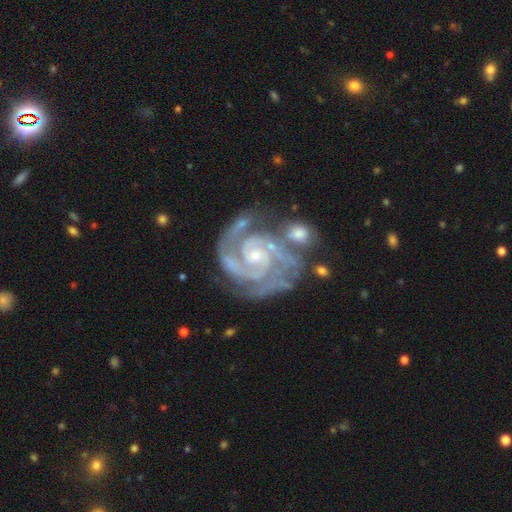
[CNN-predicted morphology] featured or disk 93%, star or artifact 5%, smooth 2%. Down the decision tree: edge-on disk — no (98%); bar — no (60%); spiral arms — yes (99%); spiral arm count — 2 (56%); spiral winding — tight (73%); bulge size — small (74%); merging — none (53%).